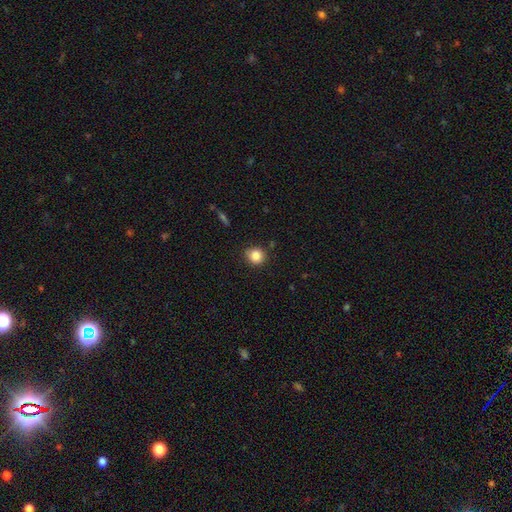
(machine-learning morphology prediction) Smooth or featured?
  - smooth: 84% *
  - star or artifact: 11%
  - featured or disk: 5%
How rounded?
  - round: 86% *
  - in between: 13%
  - cigar-shaped: 1%
Merging?
  - none: 85% *
  - minor disturbance: 11%
  - major disturbance: 2%
  - merger: 2%